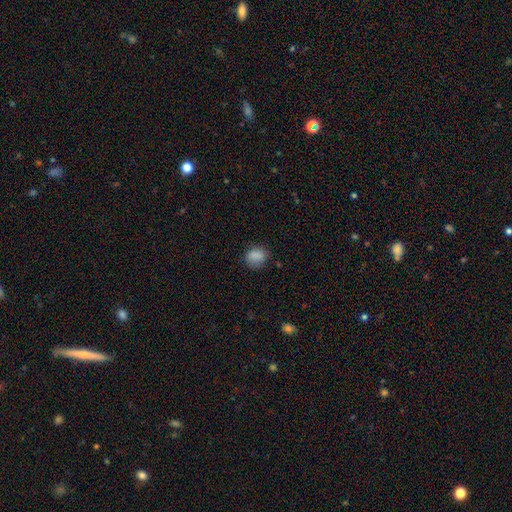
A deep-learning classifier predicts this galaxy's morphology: A smooth galaxy with no disk features (85%) that is round (50%).

Vote fractions:
- Smooth or featured? smooth: 85% / star or artifact: 10% / featured or disk: 5%
- How rounded? round: 50% / in between: 48% / cigar-shaped: 1%
- Merging? none: 74% / minor disturbance: 19% / major disturbance: 5% / merger: 2%